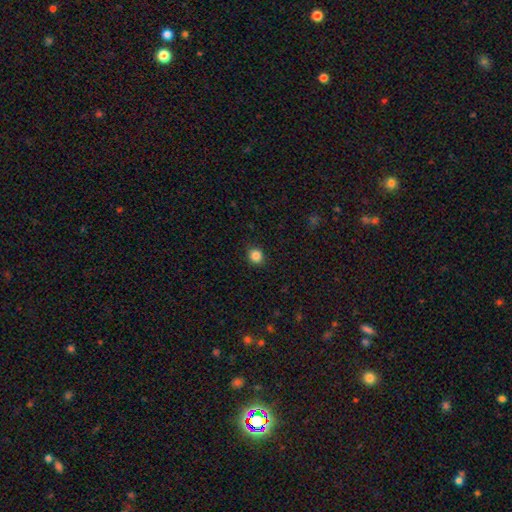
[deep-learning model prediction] Smooth or featured? Predicted: smooth (p=0.86). How rounded? Predicted: round (p=0.84). Merging? Predicted: none (p=0.90).